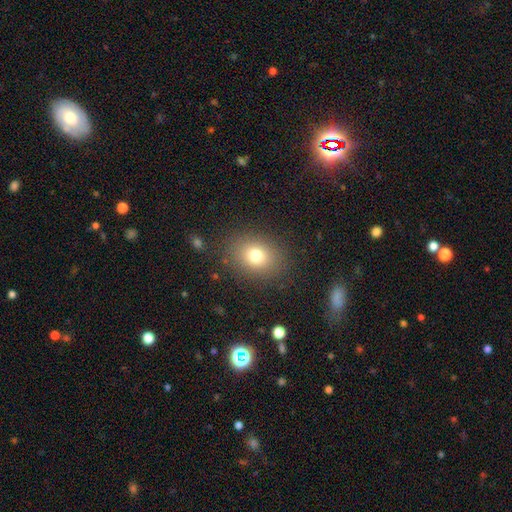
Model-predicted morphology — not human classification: A smooth galaxy with no disk features (76%) that is round (54%). Merging: none (85%).